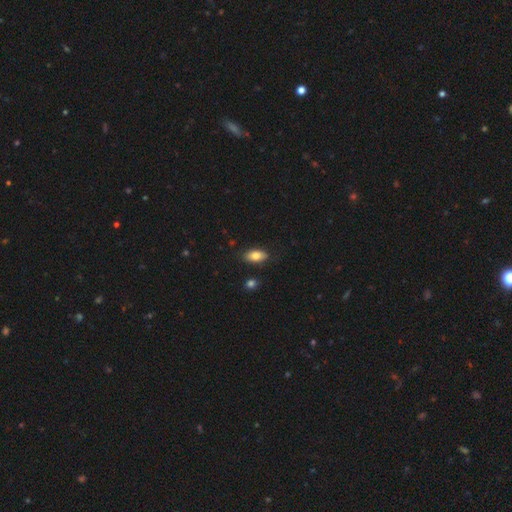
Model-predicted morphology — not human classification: smooth_or_featured: smooth (p=0.80) [alt: featured or disk p=0.12]
how_rounded: in between (p=0.90) [alt: cigar-shaped p=0.06]
merging: none (p=0.85) [alt: minor disturbance p=0.11]